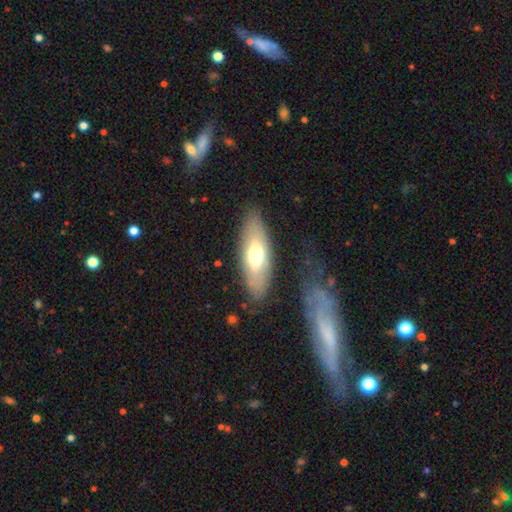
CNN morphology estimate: Smooth or featured?
  - smooth: 60% *
  - featured or disk: 33%
  - star or artifact: 6%
How rounded?
  - in between: 68% *
  - cigar-shaped: 29%
  - round: 2%
Merging?
  - none: 79% *
  - minor disturbance: 13%
  - major disturbance: 5%
  - merger: 2%